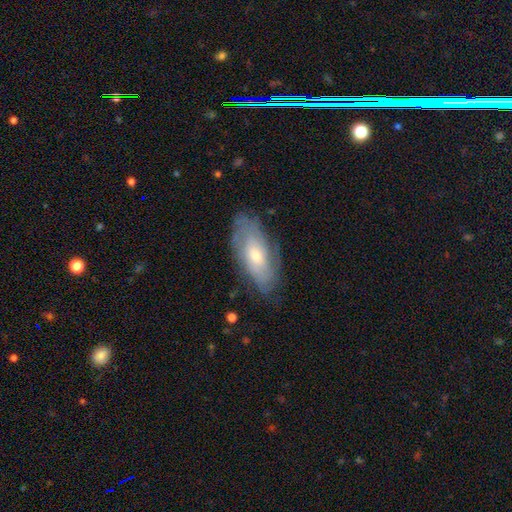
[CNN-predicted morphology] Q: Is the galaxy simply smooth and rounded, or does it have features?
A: featured or disk — 57%.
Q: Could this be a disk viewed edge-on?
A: no — 85%.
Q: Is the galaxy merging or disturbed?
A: none — 74%.